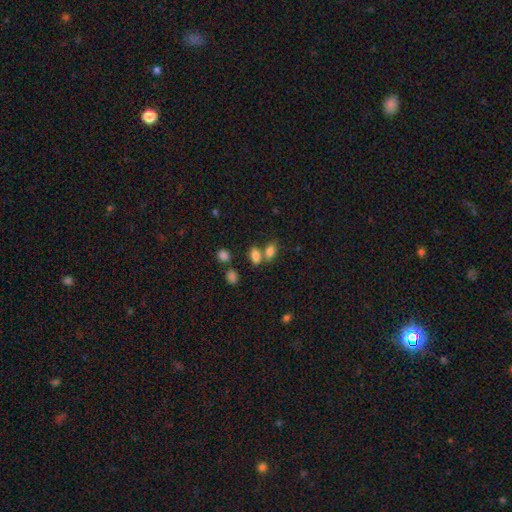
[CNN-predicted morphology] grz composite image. It shows a smooth galaxy with no disk features (81%) that is in between round and cigar-shaped (86%). Merging: none (51%).